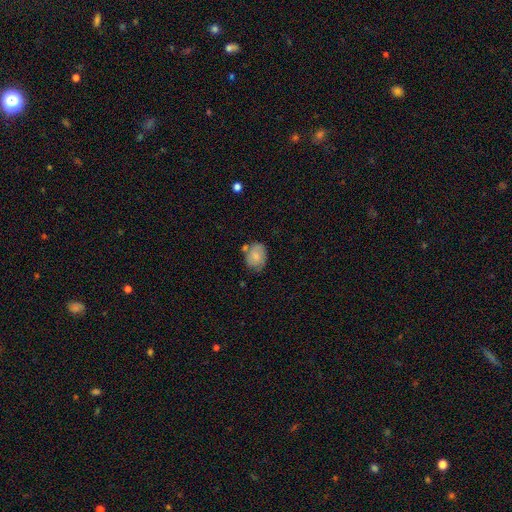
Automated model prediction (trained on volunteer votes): The model was most divided on "how rounded": in between: 62%, round: 36%, cigar-shaped: 1%. More confident: smooth or featured — smooth (71%); merging — none (57%).